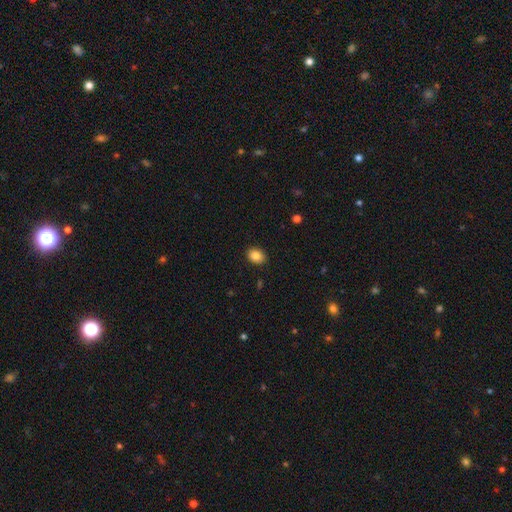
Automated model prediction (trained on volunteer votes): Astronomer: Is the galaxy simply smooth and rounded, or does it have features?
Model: smooth — 86%.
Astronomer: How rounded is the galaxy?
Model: in between — 62% (runner-up: round, 37%).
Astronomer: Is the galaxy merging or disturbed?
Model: none — 89%.